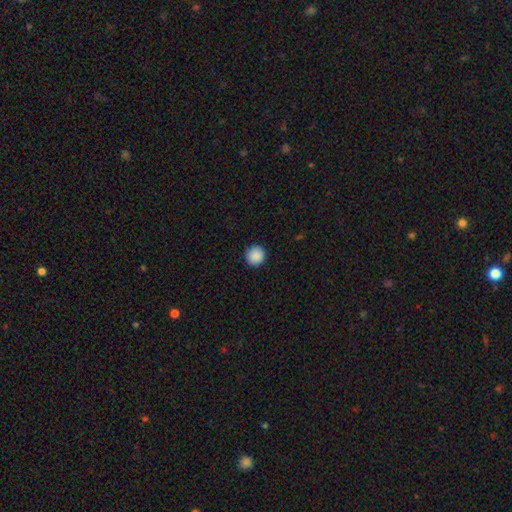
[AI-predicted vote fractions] The model was most divided on "smooth or featured": smooth: 90%, star or artifact: 8%, featured or disk: 2%. More confident: how rounded — round (96%); merging — none (93%).